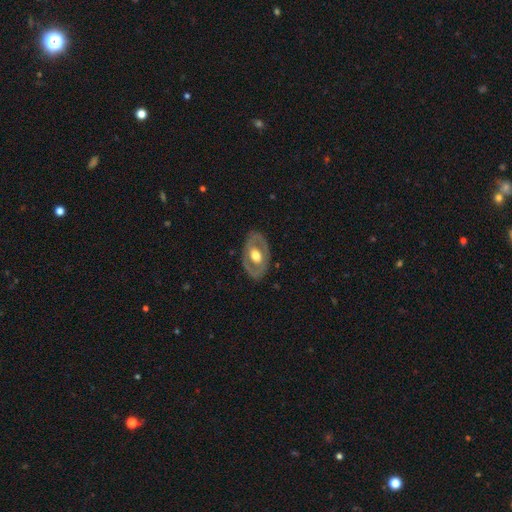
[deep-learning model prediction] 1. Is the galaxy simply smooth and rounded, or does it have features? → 61% featured or disk, 35% smooth, 5% star or artifact.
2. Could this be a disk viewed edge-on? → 90% no, 10% yes.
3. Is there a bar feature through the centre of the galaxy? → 74% no, 20% weak, 7% strong.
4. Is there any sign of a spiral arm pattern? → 78% no, 22% yes.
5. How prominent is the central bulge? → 57% moderate, 36% large, 4% small, 2% dominant, 1% none.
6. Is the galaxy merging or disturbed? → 81% none, 13% minor disturbance, 5% major disturbance, 1% merger.